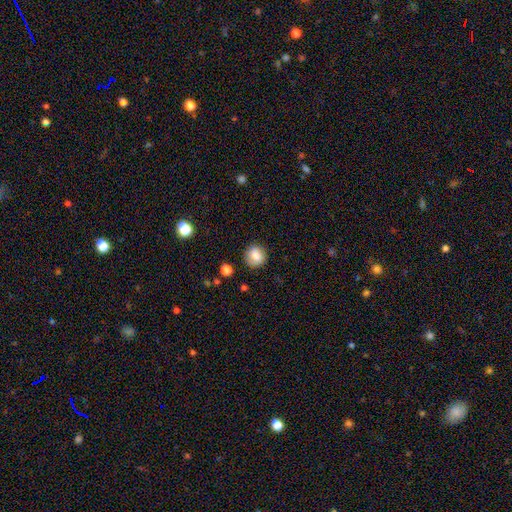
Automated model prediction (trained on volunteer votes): A smooth galaxy with no disk features (82%) that is round (83%). Merging: none (84%).